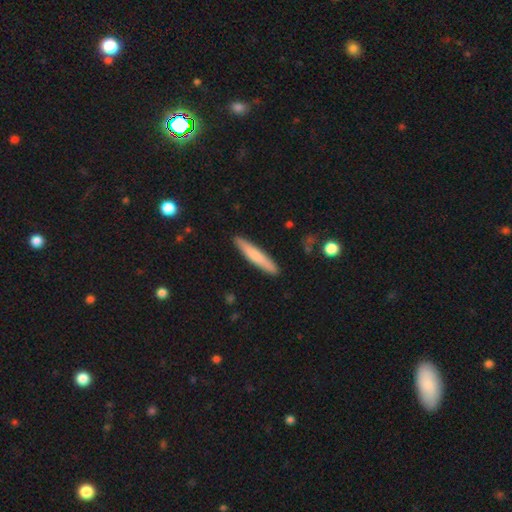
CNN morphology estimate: Overall: smooth (74%). How rounded: cigar-shaped (92%). Merging: none (89%).